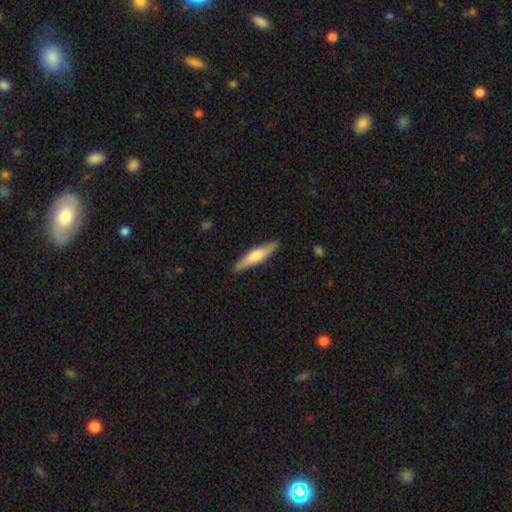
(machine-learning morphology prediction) Overall: smooth (48%; featured or disk 46%). Merging: none (89%).